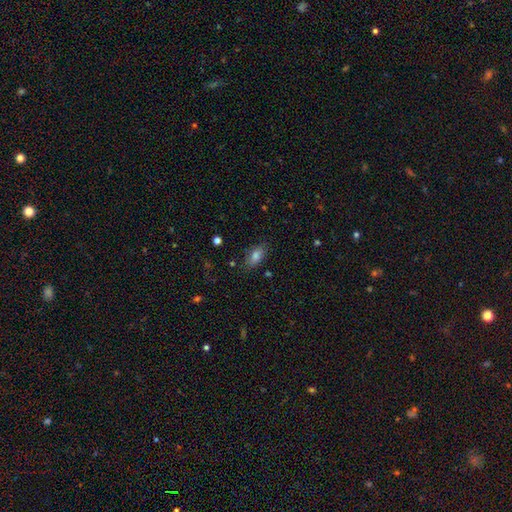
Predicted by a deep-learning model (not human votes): A smooth galaxy with no disk features (77%) that is in between round and cigar-shaped (85%).

Vote fractions:
- Smooth or featured? smooth: 77% / featured or disk: 12% / star or artifact: 11%
- How rounded? in between: 85% / cigar-shaped: 10% / round: 5%
- Merging? none: 82% / minor disturbance: 14% / major disturbance: 3% / merger: 2%